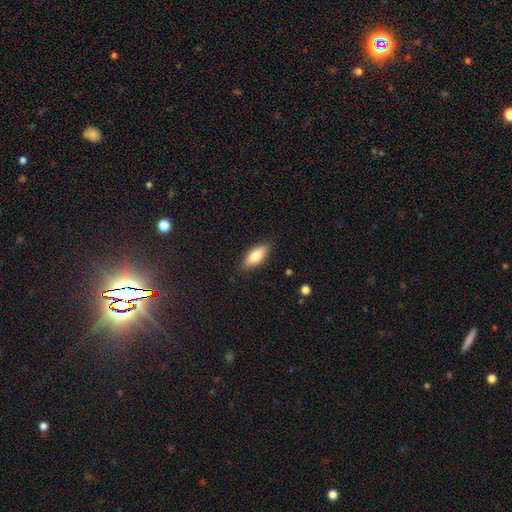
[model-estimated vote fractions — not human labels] This is likely a smooth galaxy (72%). How rounded: likely in between (75%). Merging: clearly none (87%).